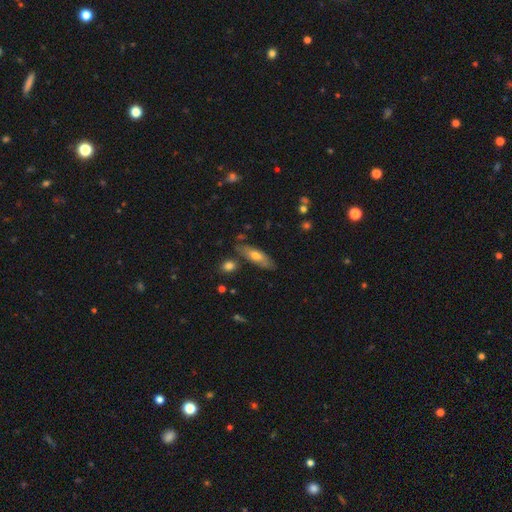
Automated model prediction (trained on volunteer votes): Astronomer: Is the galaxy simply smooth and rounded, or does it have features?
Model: smooth — 60%.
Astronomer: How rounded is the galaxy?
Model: in between — 54% (runner-up: cigar-shaped, 44%).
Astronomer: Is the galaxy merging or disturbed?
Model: none — 75%.